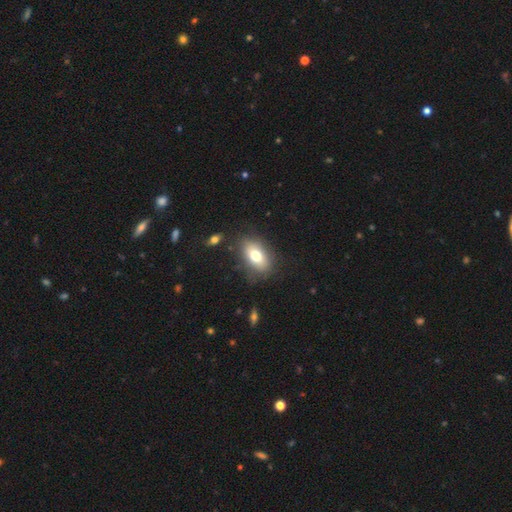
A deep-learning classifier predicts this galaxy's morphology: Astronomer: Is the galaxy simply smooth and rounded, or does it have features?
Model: smooth — 73%.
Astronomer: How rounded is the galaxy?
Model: in between — 86%.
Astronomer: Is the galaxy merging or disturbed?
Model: none — 78%.